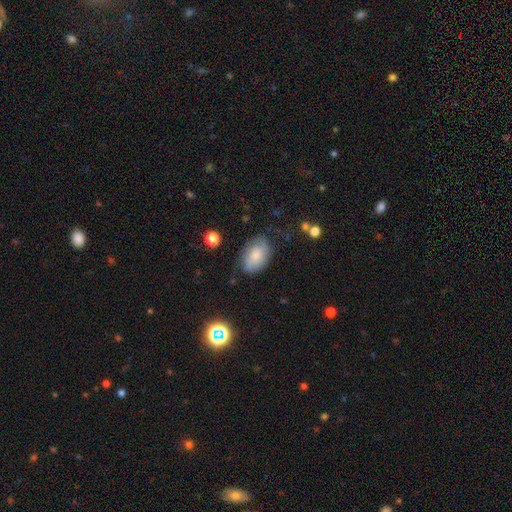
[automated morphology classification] A smooth galaxy with no disk features (71%) that is in between round and cigar-shaped (89%). Merging: none (67%).